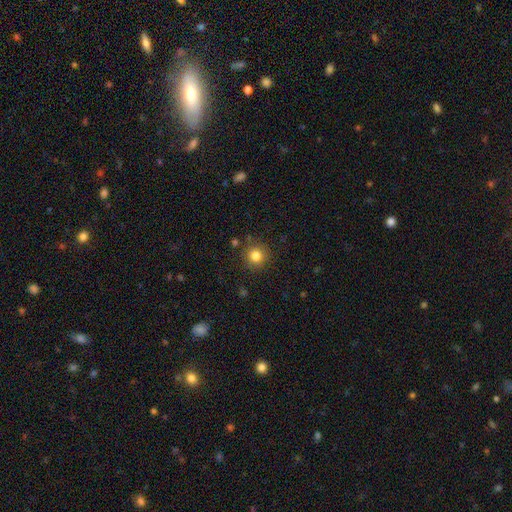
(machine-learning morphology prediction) Overall: smooth (82%). How rounded: round (93%). Merging: none (87%).